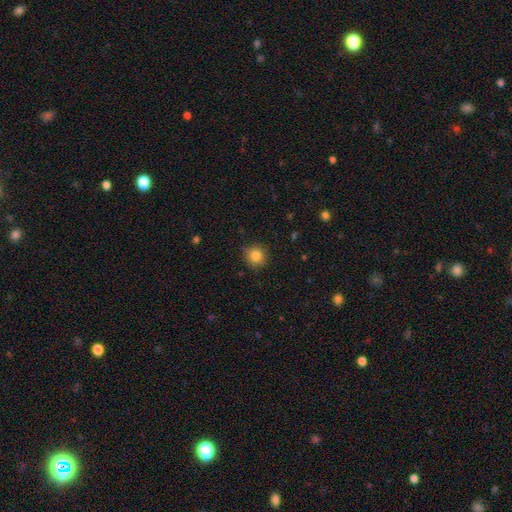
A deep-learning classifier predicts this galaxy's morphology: This is clearly a smooth galaxy (85%). How rounded: clearly round (93%). Merging: clearly none (87%).